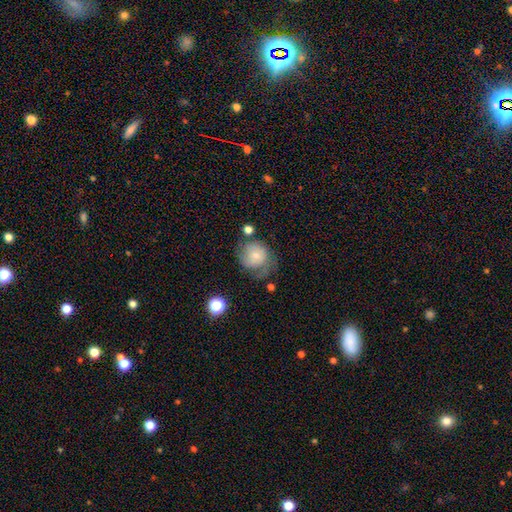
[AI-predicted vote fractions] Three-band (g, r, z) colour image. It shows a smooth galaxy with no disk features (59%) that is round (80%). Merging: none (41%).